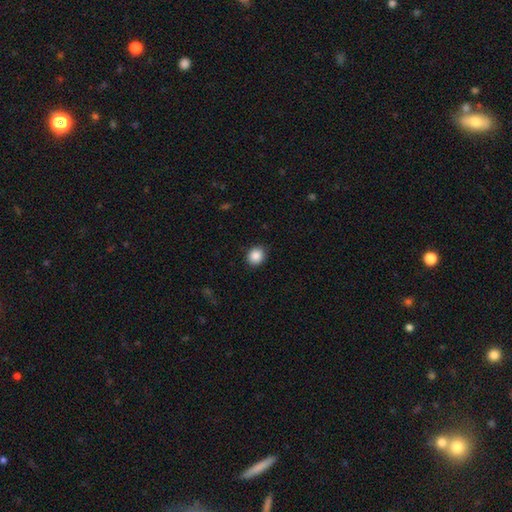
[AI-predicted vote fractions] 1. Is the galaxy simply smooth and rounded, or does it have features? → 88% smooth, 9% star or artifact, 3% featured or disk.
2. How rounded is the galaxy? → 71% round, 28% in between, 1% cigar-shaped.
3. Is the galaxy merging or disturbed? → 86% none, 11% minor disturbance, 2% major disturbance, 1% merger.